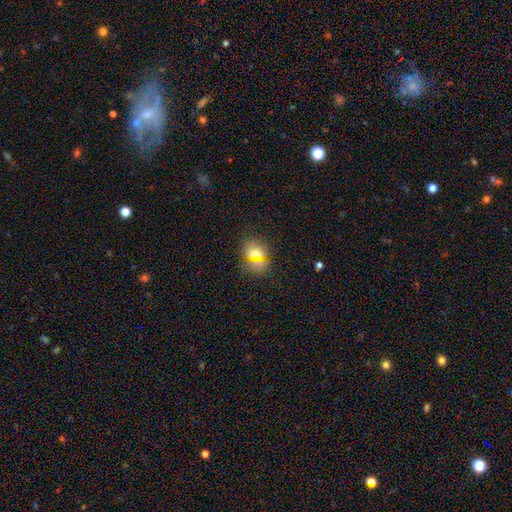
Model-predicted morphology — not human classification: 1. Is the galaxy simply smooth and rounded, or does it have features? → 65% smooth, 22% star or artifact, 13% featured or disk.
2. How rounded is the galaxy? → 66% round, 32% in between, 3% cigar-shaped.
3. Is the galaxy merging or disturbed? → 82% none, 11% minor disturbance, 4% major disturbance, 3% merger.